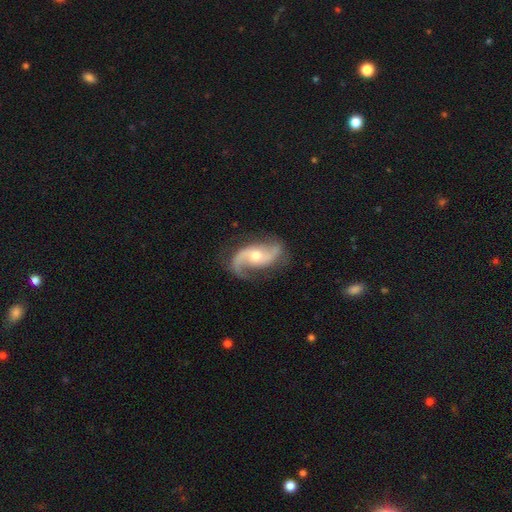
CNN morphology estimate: The model was most divided on "spiral winding": loose: 45%, medium: 43%, tight: 12%. More confident: spiral arms — yes (97%); edge-on disk — no (97%); smooth or featured — featured or disk (89%); spiral arm count — 2 (88%); merging — none (72%); bulge size — moderate (65%); bar — no (55%).